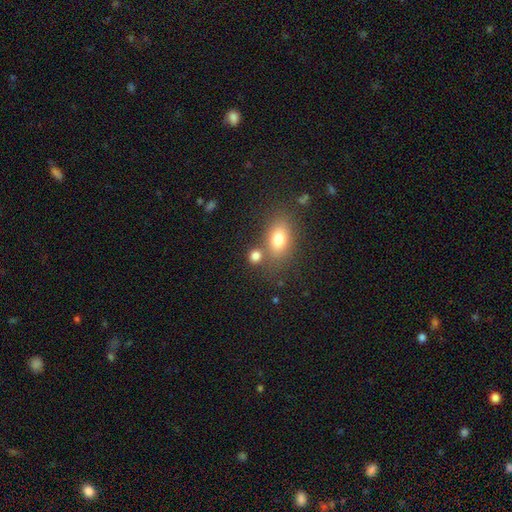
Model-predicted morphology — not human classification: Smooth or featured? smooth (78%)
How rounded? round (64%)
Merging? none (64%)